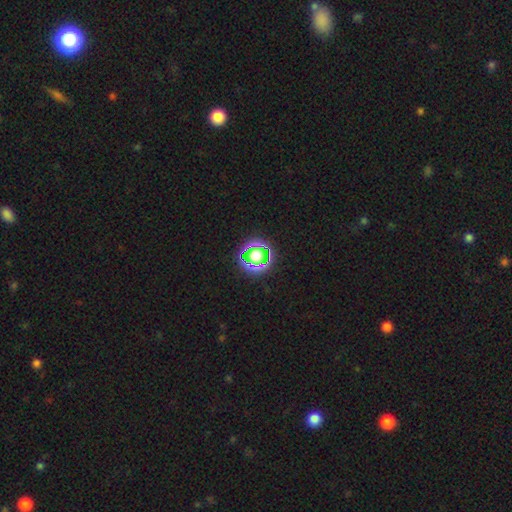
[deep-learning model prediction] Smooth or featured?
  - star or artifact: 49% *
  - smooth: 38%
  - featured or disk: 13%